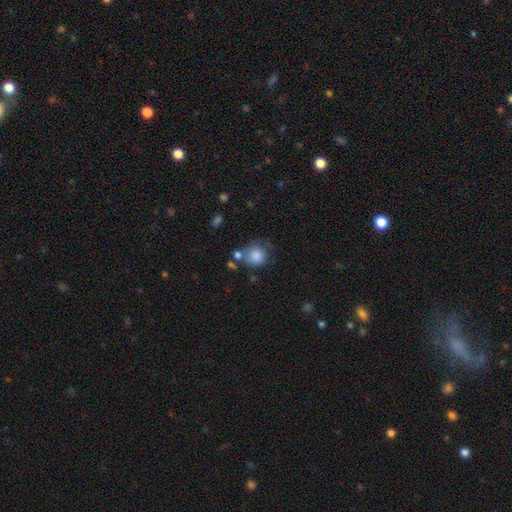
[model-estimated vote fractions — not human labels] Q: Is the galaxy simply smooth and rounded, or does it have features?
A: smooth — 84%.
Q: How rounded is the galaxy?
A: round — 85%.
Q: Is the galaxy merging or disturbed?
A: none — 52%.